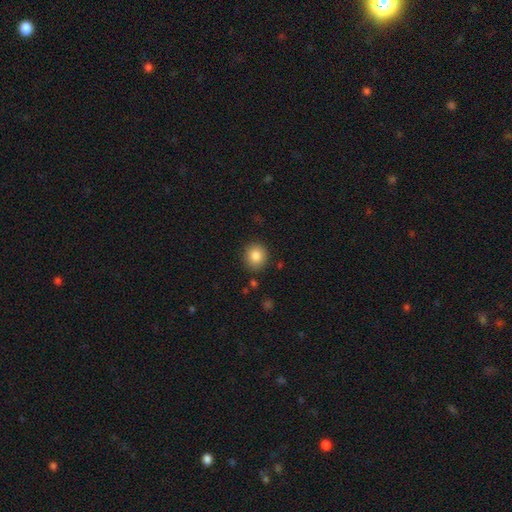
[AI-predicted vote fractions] This is clearly a smooth galaxy (85%). How rounded: clearly round (86%). Merging: clearly none (88%).